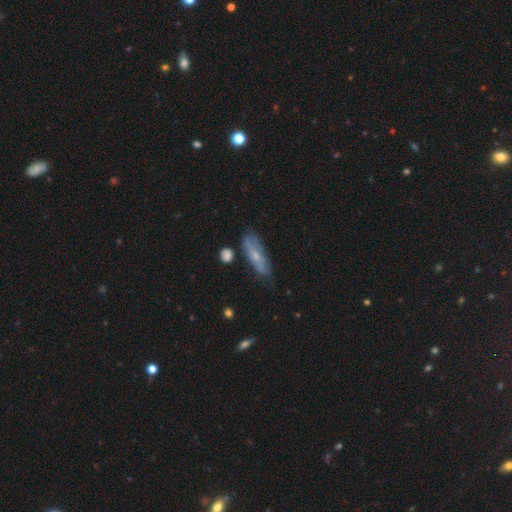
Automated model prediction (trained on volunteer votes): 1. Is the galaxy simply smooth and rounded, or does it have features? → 50% smooth, 43% featured or disk, 8% star or artifact.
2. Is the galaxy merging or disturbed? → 61% none, 26% minor disturbance, 8% major disturbance, 5% merger.